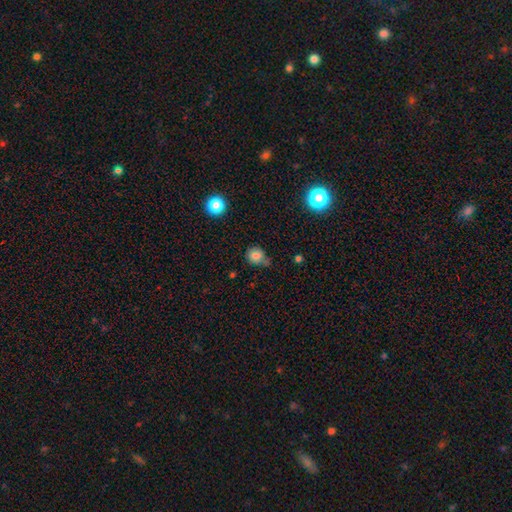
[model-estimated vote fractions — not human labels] smooth_or_featured: smooth (p=0.79) [alt: star or artifact p=0.13]
how_rounded: round (p=0.84) [alt: in between p=0.15]
merging: none (p=0.62) [alt: minor disturbance p=0.22]